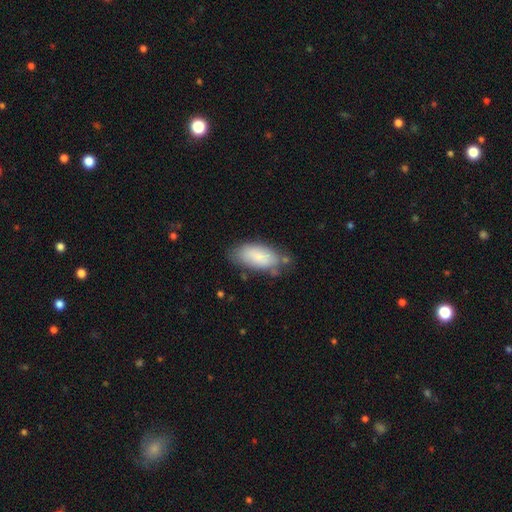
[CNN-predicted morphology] Smooth or featured? smooth (76%)
How rounded? in between (91%)
Merging? none (64%)